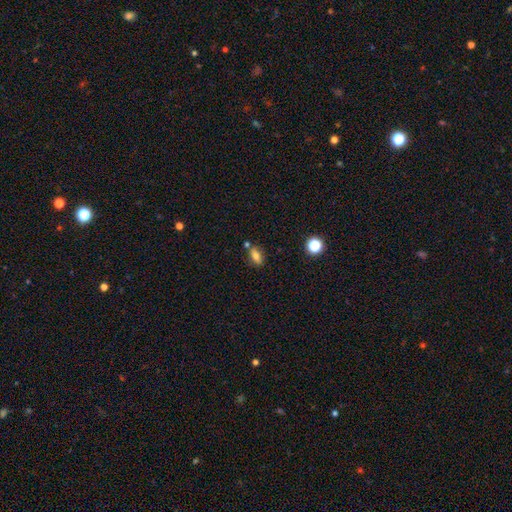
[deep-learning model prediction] This is likely a smooth galaxy (75%). How rounded: likely in between (79%). Merging: likely none (67%).